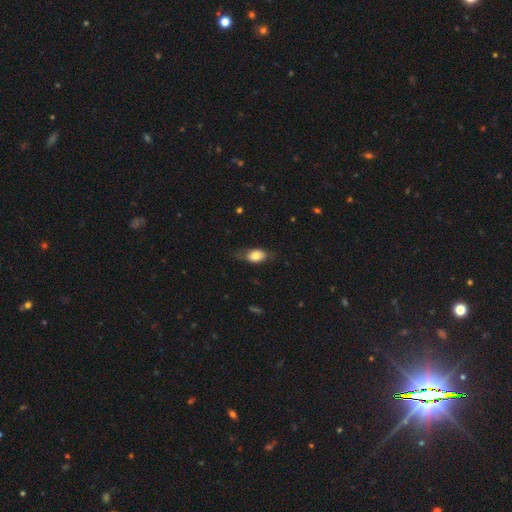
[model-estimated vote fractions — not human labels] Overall: smooth (74%). How rounded: in between (85%). Merging: none (65%).